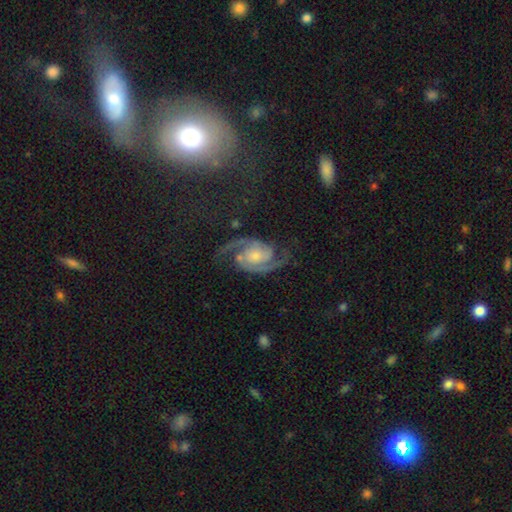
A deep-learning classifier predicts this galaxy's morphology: smooth_or_featured: featured or disk (p=0.90) [alt: star or artifact p=0.06]
disk_edge_on: no (p=0.98) [alt: yes p=0.02]
bar: no (p=0.69) [alt: weak p=0.23]
has_spiral_arms: yes (p=0.98) [alt: no p=0.02]
spiral_winding: medium (p=0.56) [alt: tight p=0.26]
spiral_arm_count: 2 (p=0.94) [alt: can't tell p=0.02]
bulge_size: small (p=0.47) [alt: moderate p=0.36]
merging: none (p=0.73) [alt: minor disturbance p=0.16]